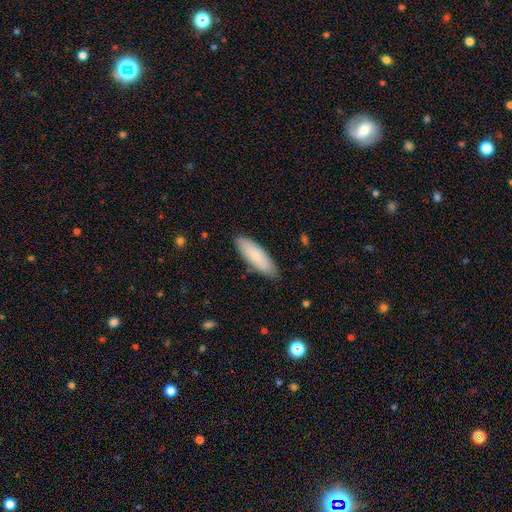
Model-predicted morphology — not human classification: Smooth or featured? Predicted: smooth (p=0.77). How rounded? Predicted: in between (p=0.57). Merging? Predicted: none (p=0.85).